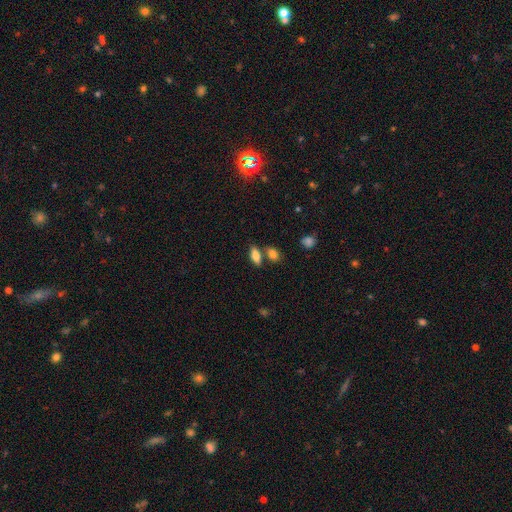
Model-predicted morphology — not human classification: smooth-or-featured: smooth: 77% | featured or disk: 14% | star or artifact: 8%
  how-rounded: in between: 76% | cigar-shaped: 19% | round: 4%
  merging: none: 68% | merger: 17% | minor disturbance: 11% | major disturbance: 3%